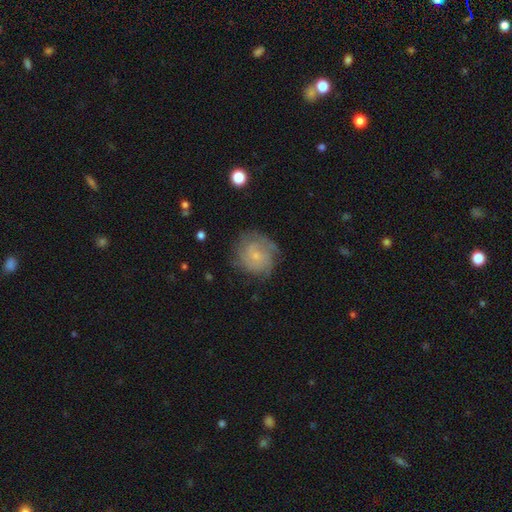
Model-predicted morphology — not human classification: A featured or disk galaxy (56%) with no bar (77%), spiral arms (83%) and a small central bulge (74%).

Vote fractions:
- Smooth or featured? featured or disk: 56% / smooth: 36% / star or artifact: 8%
- Edge-on disk? no: 98% / yes: 2%
- Bar? no: 77% / weak: 21% / strong: 3%
- Spiral arms? yes: 83% / no: 17%
- Bulge size? small: 74% / moderate: 17% / none: 7% / large: 1% / dominant: 1%
- Merging? none: 65% / minor disturbance: 22% / major disturbance: 11% / merger: 2%